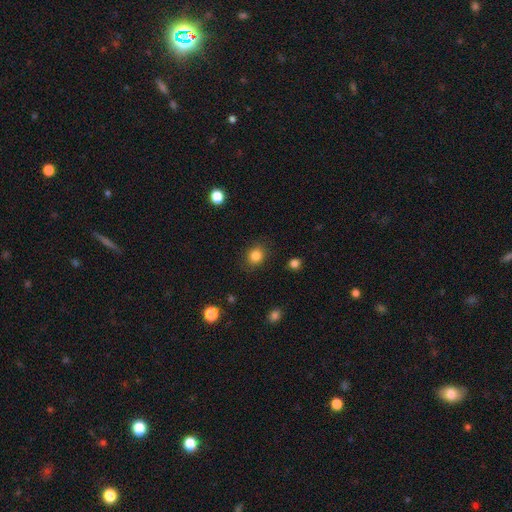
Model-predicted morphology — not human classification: type=smooth (84%); roundness=round (72%); merging=none (87%).